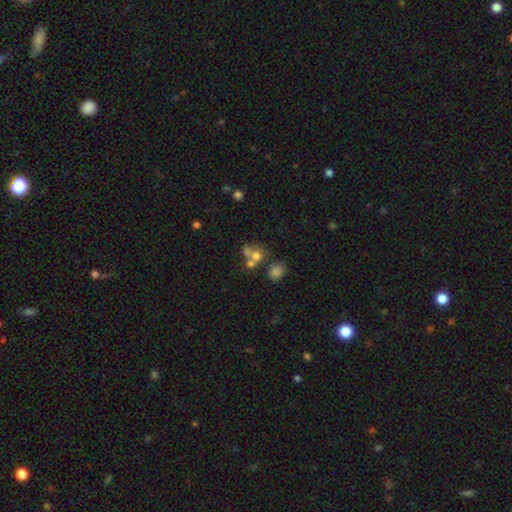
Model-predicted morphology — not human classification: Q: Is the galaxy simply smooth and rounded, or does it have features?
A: smooth — 64%.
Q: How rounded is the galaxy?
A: round — 75%.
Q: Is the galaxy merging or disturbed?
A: merger — 49%.